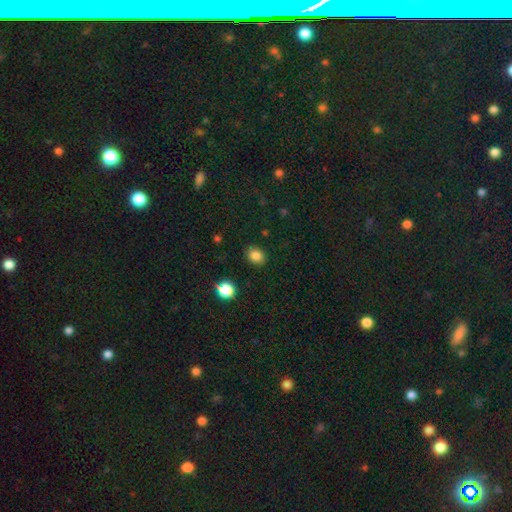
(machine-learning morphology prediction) This appears to be a smooth galaxy with no disk features (83%) that is round (51%). Merging: none (88%).